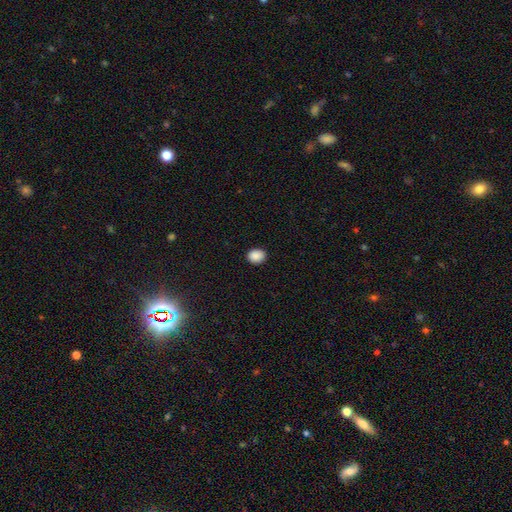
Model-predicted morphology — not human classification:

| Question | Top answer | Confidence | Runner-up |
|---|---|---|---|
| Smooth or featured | smooth | 89% | star or artifact (9%) |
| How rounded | round | 56% | in between (43%) |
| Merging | none | 89% | minor disturbance (8%) |